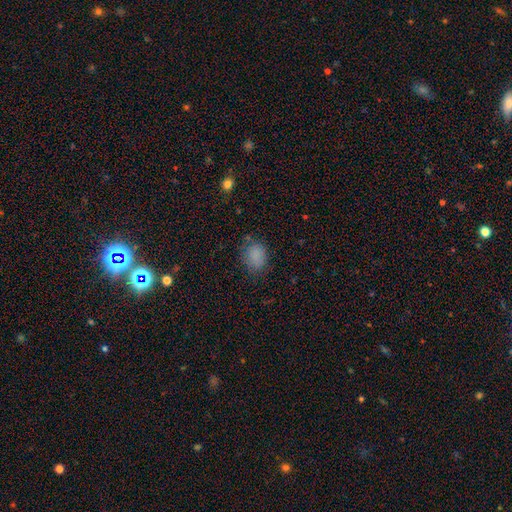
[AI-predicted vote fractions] Morphology: type=smooth (83%); roundness=in between (59%); merging=none (71%).